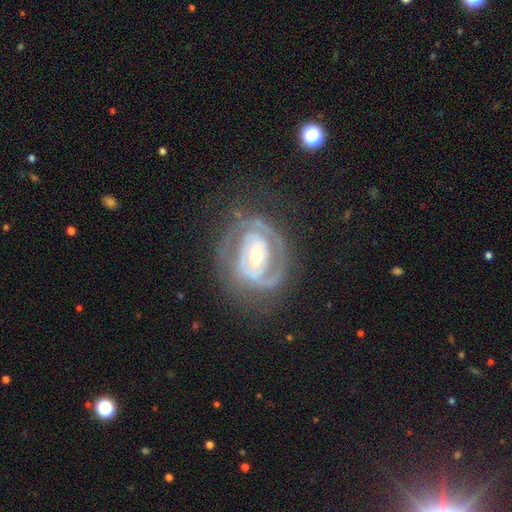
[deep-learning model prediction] Overall: featured or disk (84%). Edge-on disk: no (96%). Bar: no (49%; weak 31%). Spiral arms: yes (82%). Spiral arm count: 2 (46%; can't tell 22%). Spiral winding: tight (61%; medium 29%). Bulge size: moderate (60%; small 33%). Merging: none (65%).